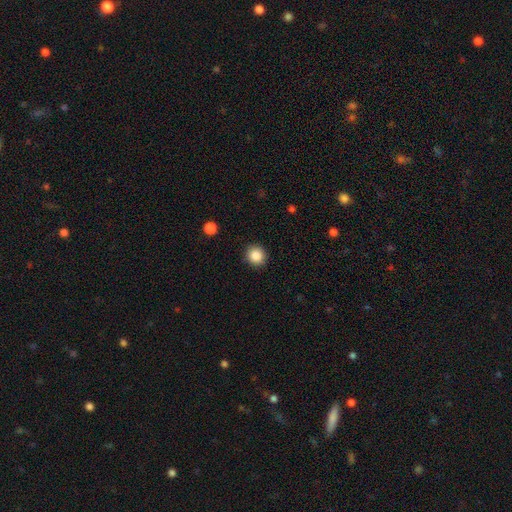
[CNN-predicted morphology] This appears to be a smooth galaxy with no disk features (85%) that is round (91%). Merging: none (91%).